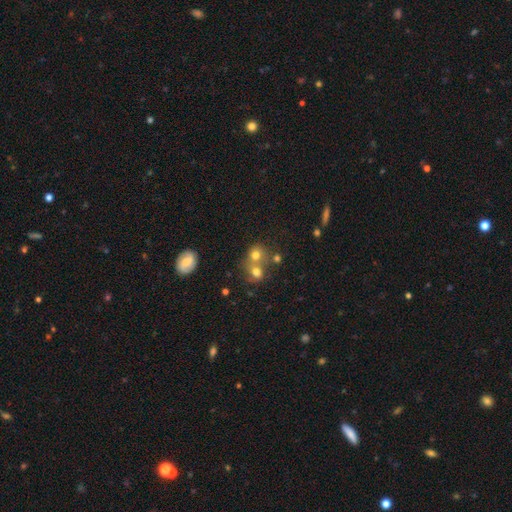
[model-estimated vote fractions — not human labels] The model was most divided on "merging": merger: 45%, none: 43%, minor disturbance: 9%, major disturbance: 4%. More confident: how rounded — round (74%); smooth or featured — smooth (69%).